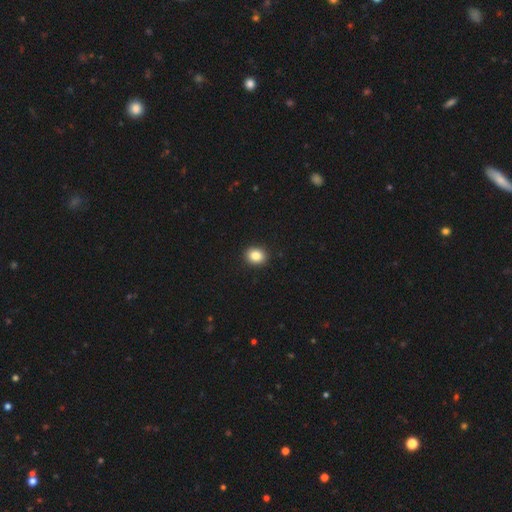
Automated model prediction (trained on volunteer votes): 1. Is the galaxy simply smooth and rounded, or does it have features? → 86% smooth, 10% star or artifact, 5% featured or disk.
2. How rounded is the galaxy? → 64% round, 35% in between, 1% cigar-shaped.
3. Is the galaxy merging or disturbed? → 92% none, 5% minor disturbance, 2% major disturbance, 1% merger.